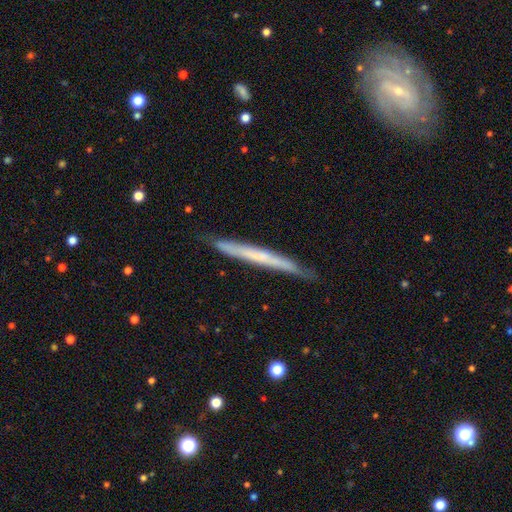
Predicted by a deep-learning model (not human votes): This is possibly a featured or disk galaxy (55%). It is clearly viewed edge-on (94%). Edge-on bulge: clearly none (82%). Merging: clearly none (86%).